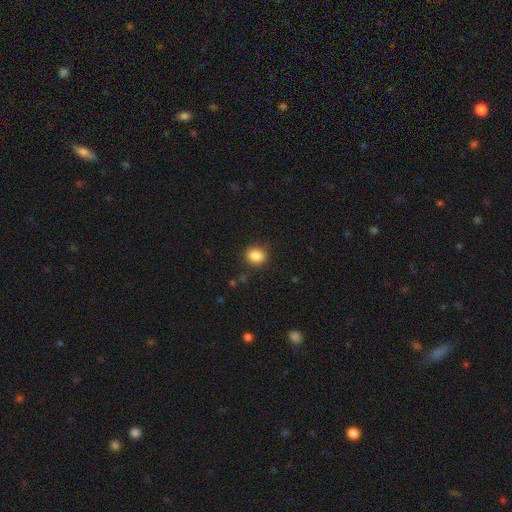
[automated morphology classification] A smooth galaxy with no disk features (86%) that is round (71%). Merging: none (87%).